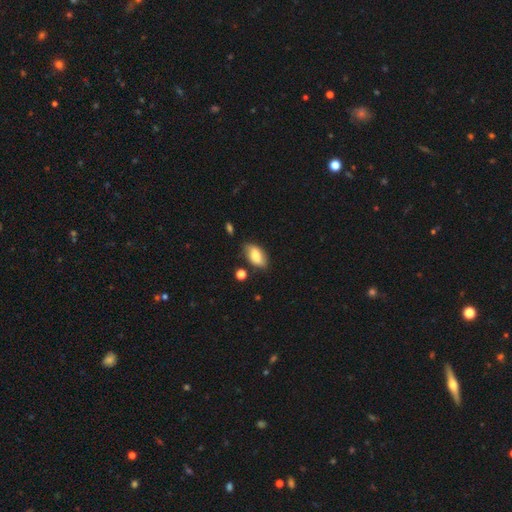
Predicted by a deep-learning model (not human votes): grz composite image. It shows a smooth galaxy with no disk features (76%) that is in between round and cigar-shaped (92%). Merging: none (69%).